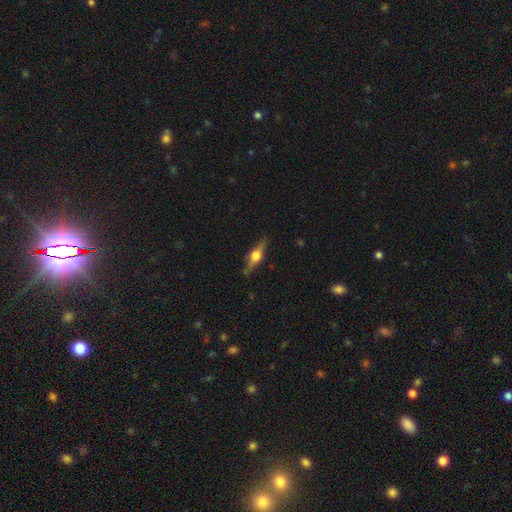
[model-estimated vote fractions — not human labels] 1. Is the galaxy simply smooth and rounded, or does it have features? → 68% featured or disk, 25% smooth, 7% star or artifact.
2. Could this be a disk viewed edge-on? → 95% yes, 5% no.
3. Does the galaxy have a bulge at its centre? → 93% rounded, 5% boxy, 1% none.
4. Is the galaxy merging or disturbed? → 81% none, 14% minor disturbance, 3% major disturbance, 2% merger.